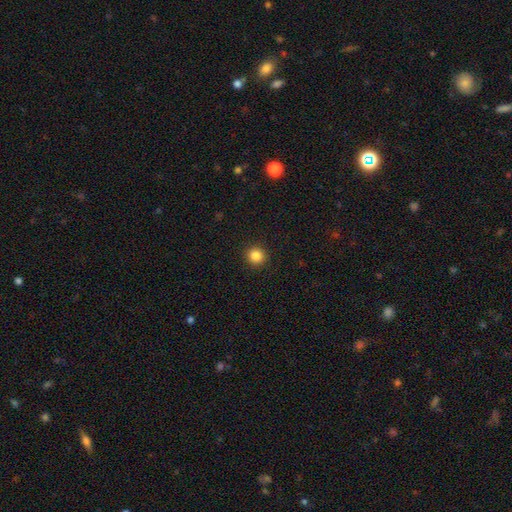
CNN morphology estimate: type=smooth (85%); roundness=round (93%); merging=none (93%).